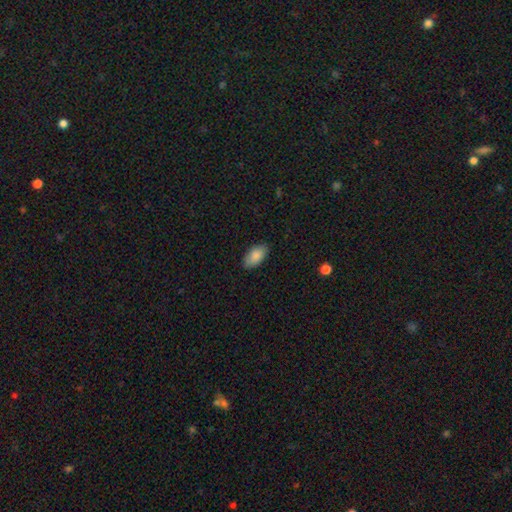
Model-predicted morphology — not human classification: This is clearly a smooth galaxy (87%). How rounded: clearly in between (94%). Merging: clearly none (85%).